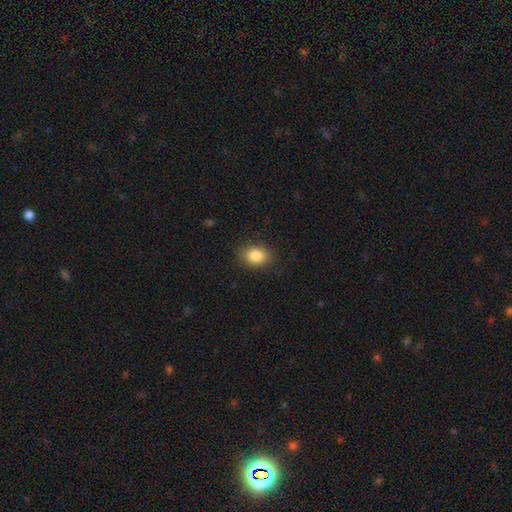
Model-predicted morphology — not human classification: Smooth or featured? Predicted: smooth (p=0.86). How rounded? Predicted: in between (p=0.67). Merging? Predicted: none (p=0.85).